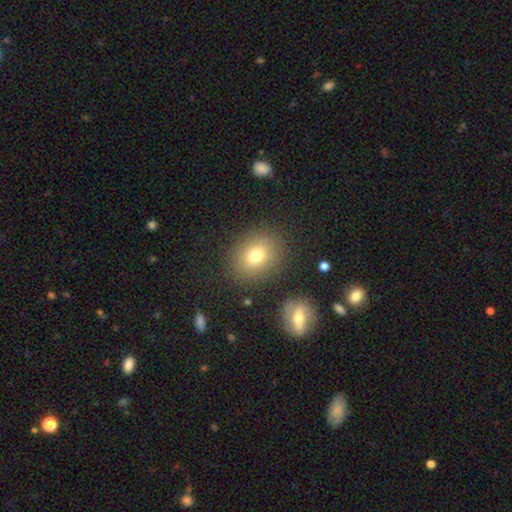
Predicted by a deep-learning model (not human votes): smooth-or-featured: smooth: 76% | star or artifact: 12% | featured or disk: 12%
  how-rounded: round: 61% | in between: 38% | cigar-shaped: 1%
  merging: none: 84% | minor disturbance: 9% | major disturbance: 3% | merger: 3%